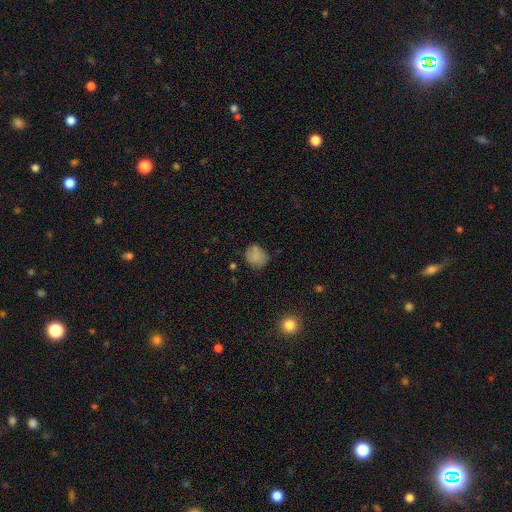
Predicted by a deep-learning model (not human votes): This is likely a smooth galaxy (79%). How rounded: likely round (69%). Merging: likely none (66%).